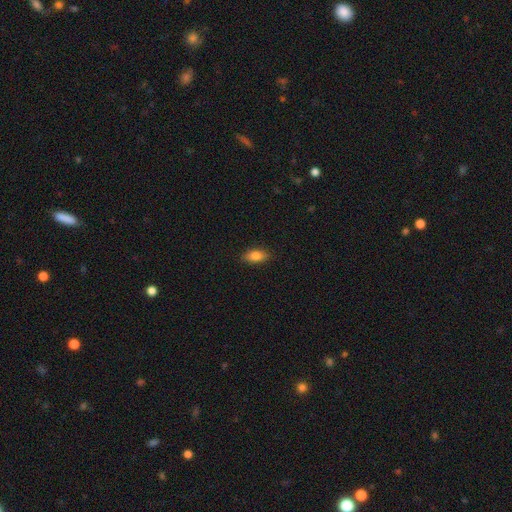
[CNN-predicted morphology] Q: Smooth or featured?
A: smooth (83%); runner-up: featured or disk (9%)
Q: How rounded?
A: in between (86%); runner-up: cigar-shaped (8%)
Q: Merging?
A: none (87%); runner-up: minor disturbance (10%)